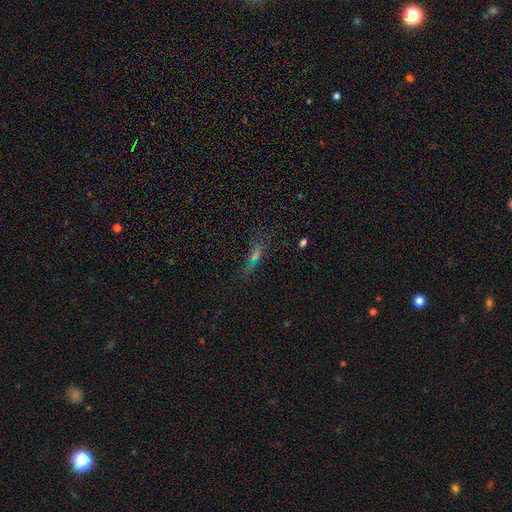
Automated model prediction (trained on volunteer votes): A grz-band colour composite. It shows a smooth galaxy with no disk features (39%). Merging: none (63%).